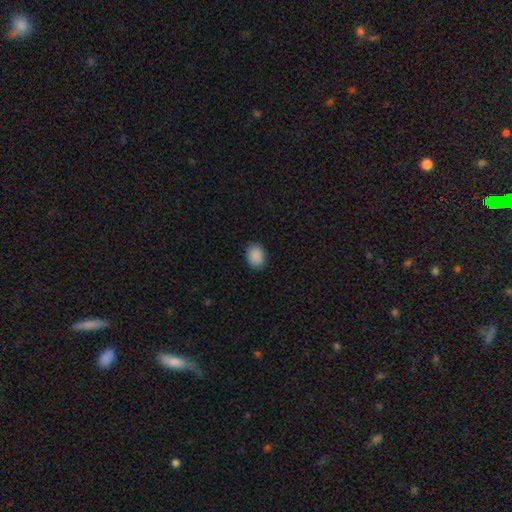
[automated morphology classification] smooth-or-featured: smooth: 90% | star or artifact: 8% | featured or disk: 2%
  how-rounded: in between: 61% | round: 38% | cigar-shaped: 1%
  merging: none: 89% | minor disturbance: 8% | major disturbance: 2% | merger: 1%